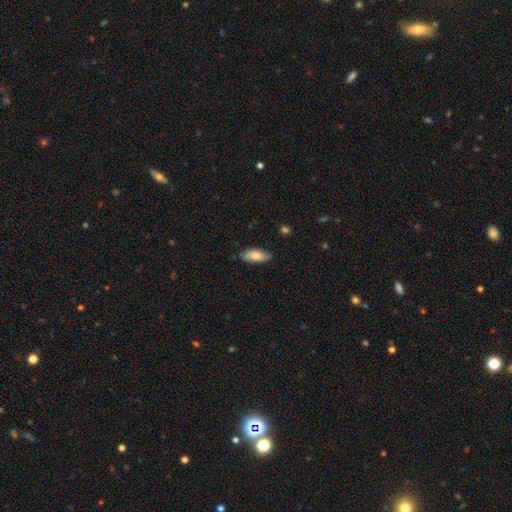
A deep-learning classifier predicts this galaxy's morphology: A smooth galaxy with no disk features (75%) that is in between round and cigar-shaped (81%). Merging: none (82%).